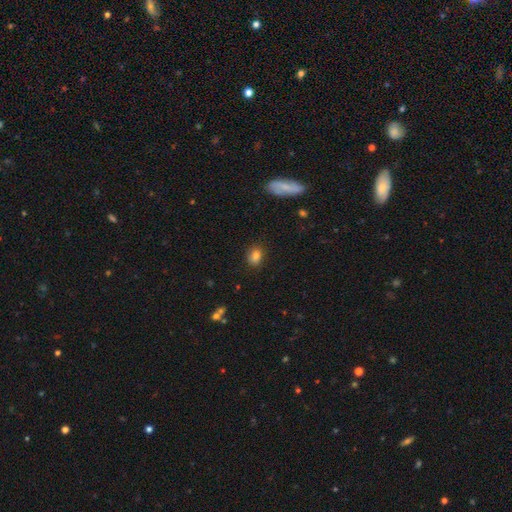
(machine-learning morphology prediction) Smooth or featured?
  - smooth: 81% *
  - star or artifact: 12%
  - featured or disk: 7%
How rounded?
  - in between: 59% *
  - round: 39%
  - cigar-shaped: 2%
Merging?
  - none: 83% *
  - minor disturbance: 12%
  - major disturbance: 3%
  - merger: 2%